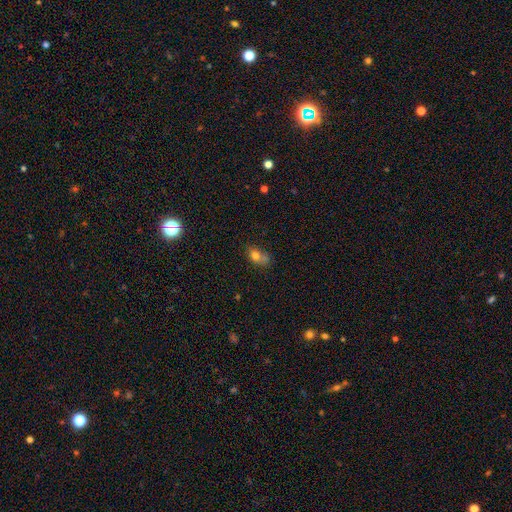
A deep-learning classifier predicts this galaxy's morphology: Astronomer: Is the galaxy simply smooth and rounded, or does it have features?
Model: smooth — 75%.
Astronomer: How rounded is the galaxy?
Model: in between — 66%.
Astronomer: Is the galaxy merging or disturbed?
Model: none — 39% (runner-up: minor disturbance, 26%).